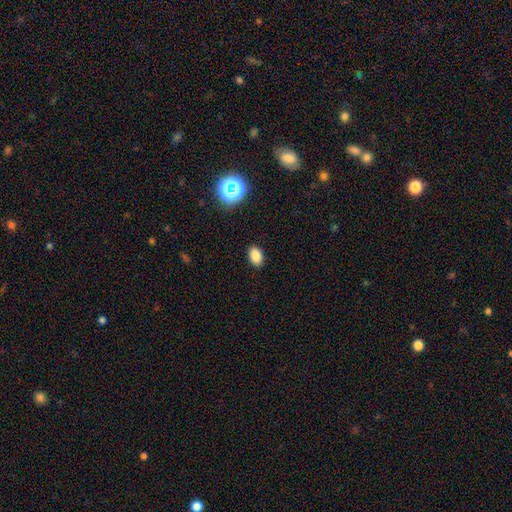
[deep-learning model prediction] The model was most divided on "how rounded": in between: 84%, round: 14%, cigar-shaped: 1%. More confident: merging — none (89%); smooth or featured — smooth (83%).